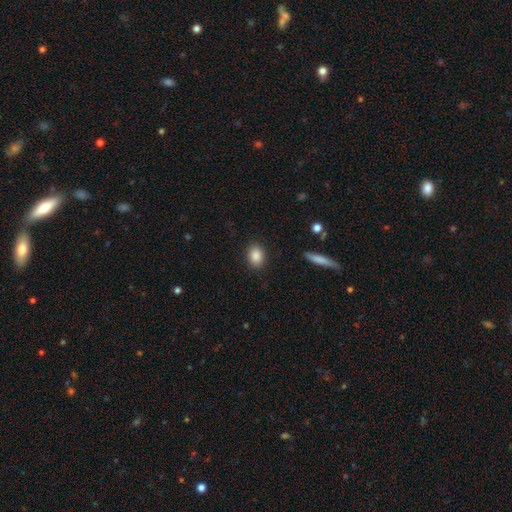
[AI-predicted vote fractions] Smooth or featured: smooth — 87% (star or artifact — 8%)
How rounded: in between — 70% (round — 29%)
Merging: none — 89% (minor disturbance — 8%)